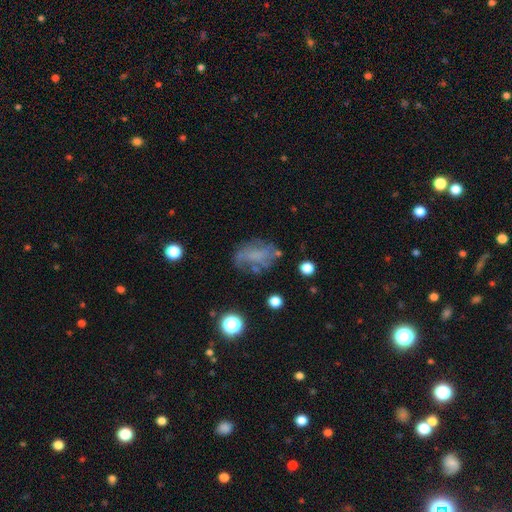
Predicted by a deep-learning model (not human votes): Smooth or featured: featured or disk — 46% (smooth — 39%)
Merging: none — 50% (minor disturbance — 24%)